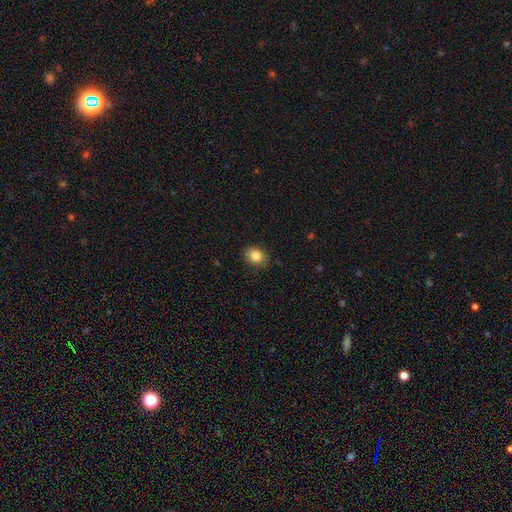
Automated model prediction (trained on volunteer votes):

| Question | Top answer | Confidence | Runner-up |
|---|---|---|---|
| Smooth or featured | smooth | 84% | star or artifact (10%) |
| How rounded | round | 59% | in between (40%) |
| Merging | none | 83% | minor disturbance (13%) |